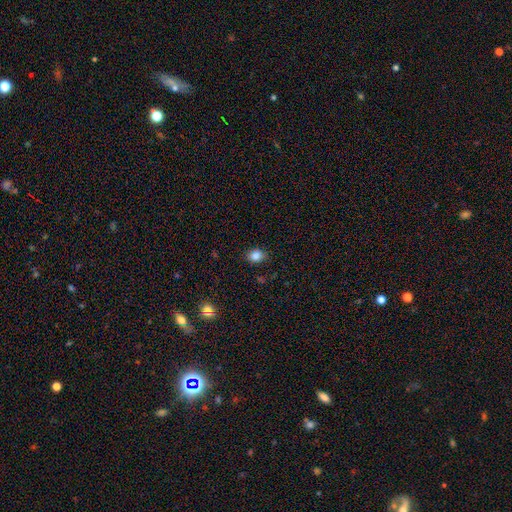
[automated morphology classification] smooth 85%, star or artifact 10%, featured or disk 5%. Down the decision tree: how rounded — in between (55%); merging — none (86%).